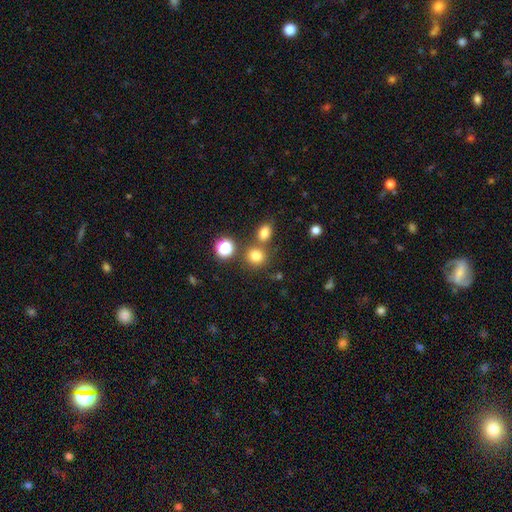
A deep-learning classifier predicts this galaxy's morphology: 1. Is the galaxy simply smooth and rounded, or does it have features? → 78% smooth, 16% star or artifact, 6% featured or disk.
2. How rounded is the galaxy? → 83% round, 16% in between, 1% cigar-shaped.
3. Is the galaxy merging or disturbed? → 67% none, 20% merger, 9% minor disturbance, 4% major disturbance.